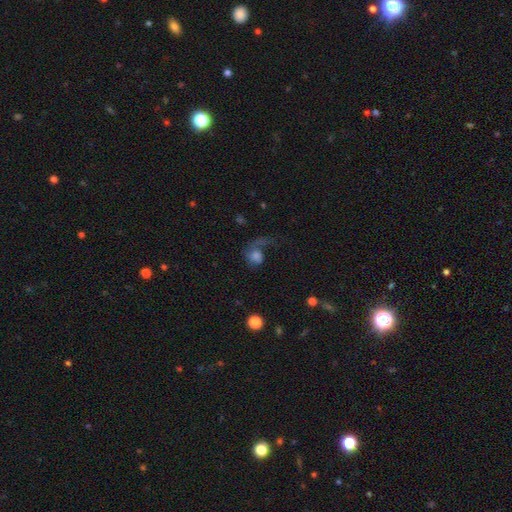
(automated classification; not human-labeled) Smooth or featured: smooth — 55% (featured or disk — 32%)
How rounded: round — 62% (in between — 36%)
Merging: major disturbance — 53% (none — 26%)